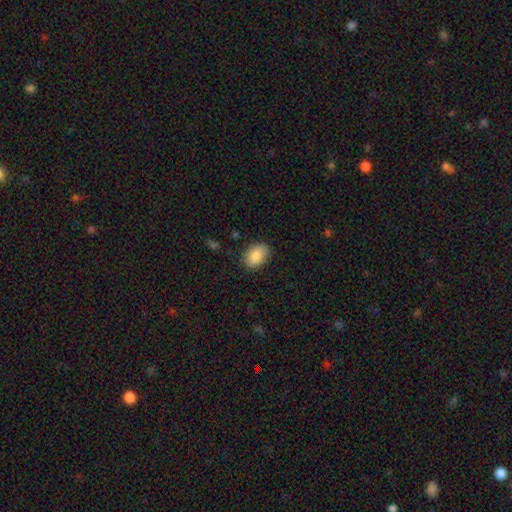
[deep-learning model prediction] Smooth or featured: smooth — 88% (star or artifact — 7%)
How rounded: in between — 84% (round — 15%)
Merging: none — 84% (minor disturbance — 12%)